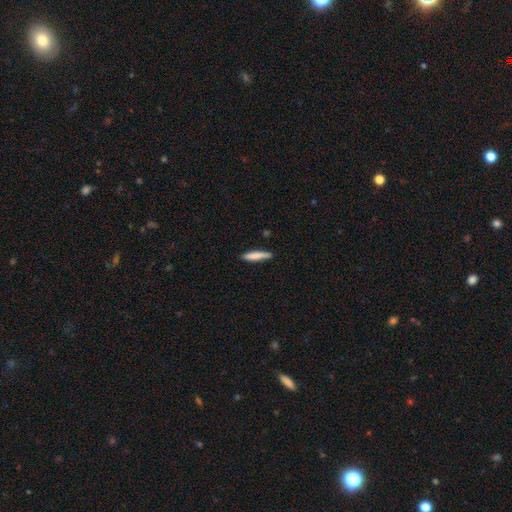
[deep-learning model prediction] Smooth or featured?
  - smooth: 81% *
  - featured or disk: 14%
  - star or artifact: 6%
How rounded?
  - cigar-shaped: 90% *
  - in between: 9%
  - round: 1%
Merging?
  - none: 86% *
  - minor disturbance: 11%
  - major disturbance: 2%
  - merger: 2%